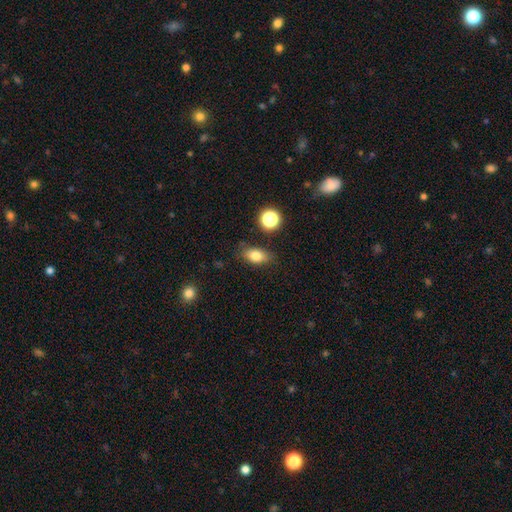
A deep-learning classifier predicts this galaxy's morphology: Overall: smooth (80%). How rounded: in between (81%). Merging: none (80%).